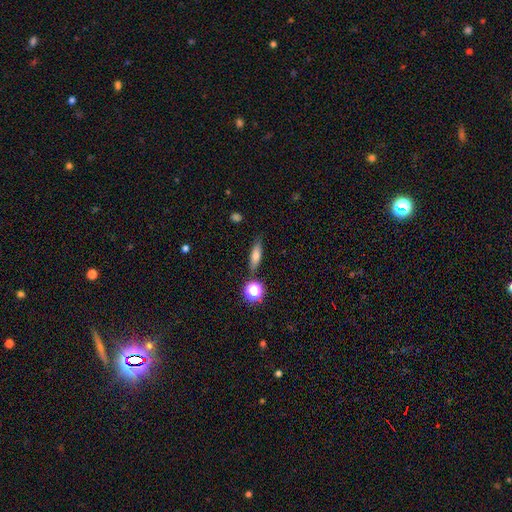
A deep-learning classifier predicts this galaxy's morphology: This appears to be a smooth galaxy with no disk features (68%) that is cigar-shaped (51%). Merging: none (80%).